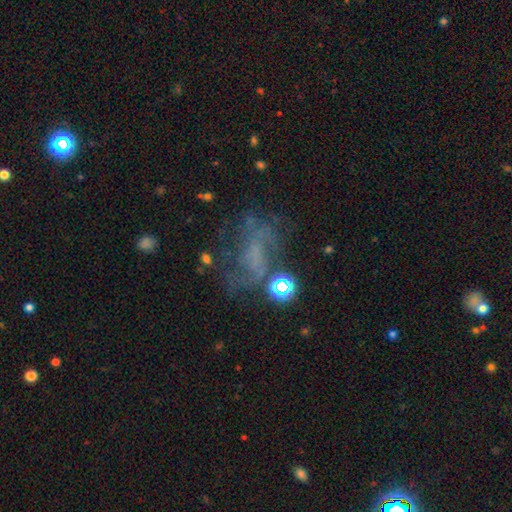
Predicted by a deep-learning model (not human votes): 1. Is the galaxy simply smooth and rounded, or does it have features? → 44% featured or disk, 30% star or artifact, 26% smooth.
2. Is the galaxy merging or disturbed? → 42% none, 31% major disturbance, 19% minor disturbance, 9% merger.